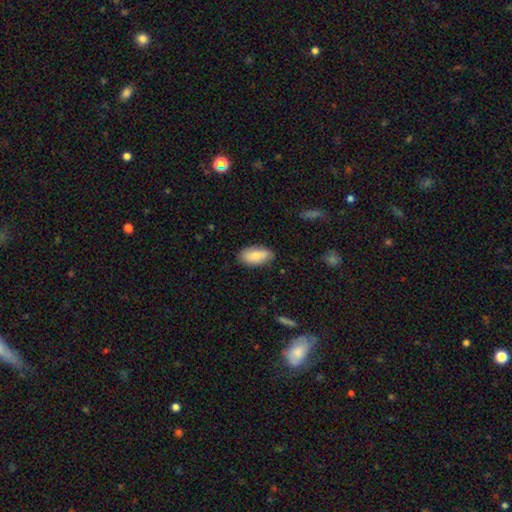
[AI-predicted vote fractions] Q: Smooth or featured?
A: smooth (82%); runner-up: featured or disk (12%)
Q: How rounded?
A: in between (91%); runner-up: cigar-shaped (6%)
Q: Merging?
A: none (79%); runner-up: minor disturbance (17%)